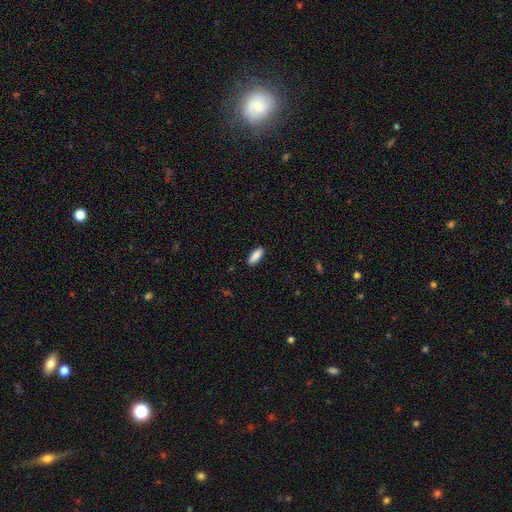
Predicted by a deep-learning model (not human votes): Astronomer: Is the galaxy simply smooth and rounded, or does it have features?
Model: smooth — 89%.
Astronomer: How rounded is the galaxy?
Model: in between — 74%.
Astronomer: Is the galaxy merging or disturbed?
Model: none — 88%.